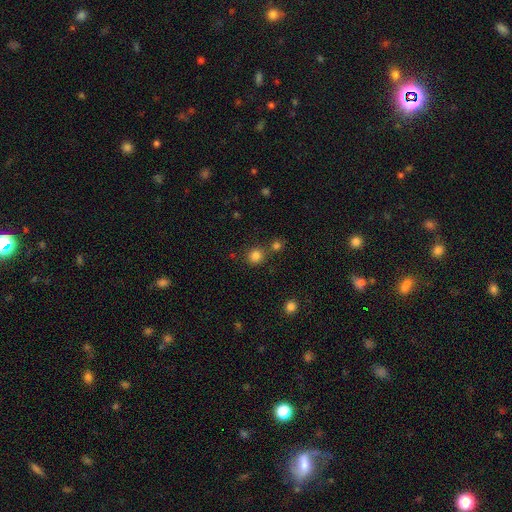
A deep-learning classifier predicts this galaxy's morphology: smooth-or-featured: smooth: 81% | star or artifact: 14% | featured or disk: 5%
  how-rounded: round: 90% | in between: 9% | cigar-shaped: 1%
  merging: none: 72% | merger: 17% | minor disturbance: 8% | major disturbance: 3%